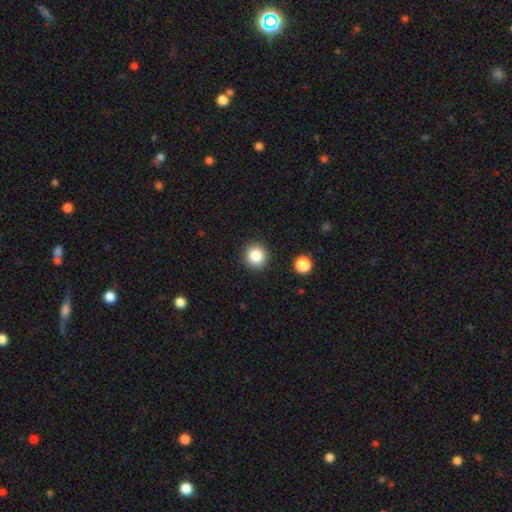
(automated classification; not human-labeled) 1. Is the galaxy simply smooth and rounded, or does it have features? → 85% smooth, 10% star or artifact, 5% featured or disk.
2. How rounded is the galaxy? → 92% round, 7% in between, 1% cigar-shaped.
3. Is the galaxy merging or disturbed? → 90% none, 6% minor disturbance, 2% major disturbance, 2% merger.